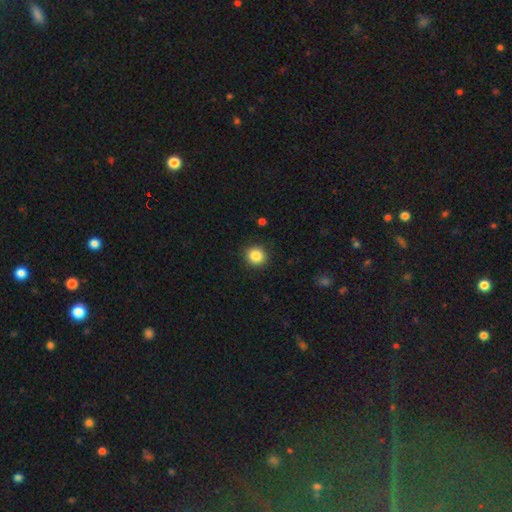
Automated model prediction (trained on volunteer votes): smooth_or_featured: smooth (p=0.86) [alt: star or artifact p=0.10]
how_rounded: round (p=0.92) [alt: in between p=0.07]
merging: none (p=0.91) [alt: minor disturbance p=0.06]